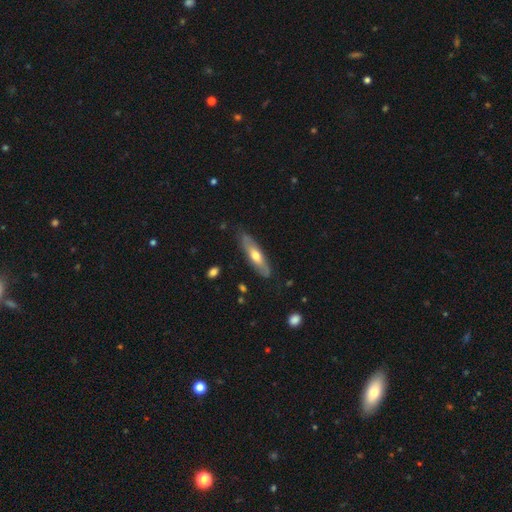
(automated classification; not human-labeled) Smooth or featured?
  - smooth: 51% *
  - featured or disk: 44%
  - star or artifact: 5%
How rounded?
  - cigar-shaped: 64% *
  - in between: 34%
  - round: 2%
Merging?
  - none: 79% *
  - minor disturbance: 16%
  - major disturbance: 3%
  - merger: 1%